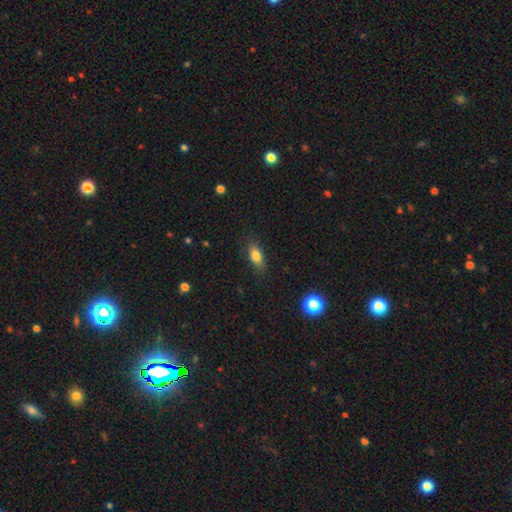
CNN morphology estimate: smooth 78%, featured or disk 13%, star or artifact 9%. Down the decision tree: how rounded — in between (79%); merging — none (82%).